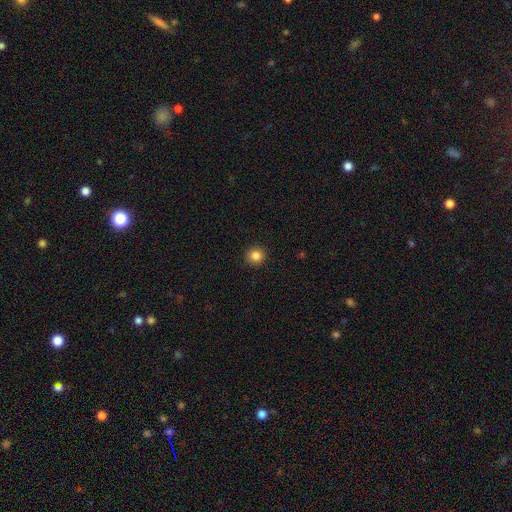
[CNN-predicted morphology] type=smooth (84%); roundness=round (93%); merging=none (92%).